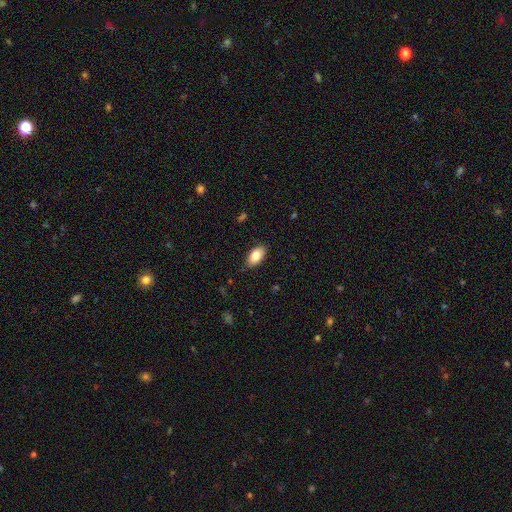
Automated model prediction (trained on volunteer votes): The model was most divided on "smooth or featured": smooth: 82%, featured or disk: 11%, star or artifact: 7%. More confident: how rounded — in between (93%); merging — none (84%).